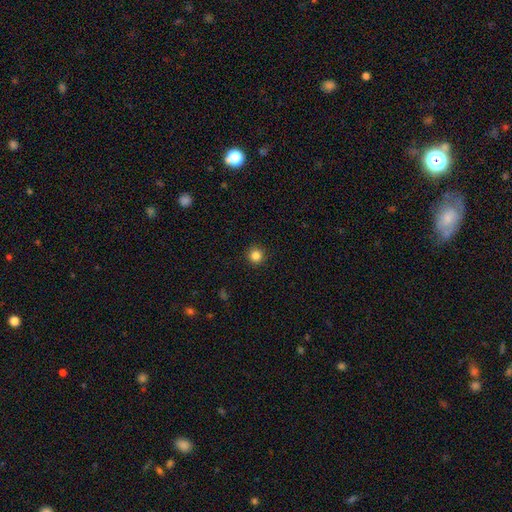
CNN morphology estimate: The model was most divided on "smooth or featured": smooth: 84%, star or artifact: 12%, featured or disk: 4%. More confident: how rounded — round (95%); merging — none (92%).